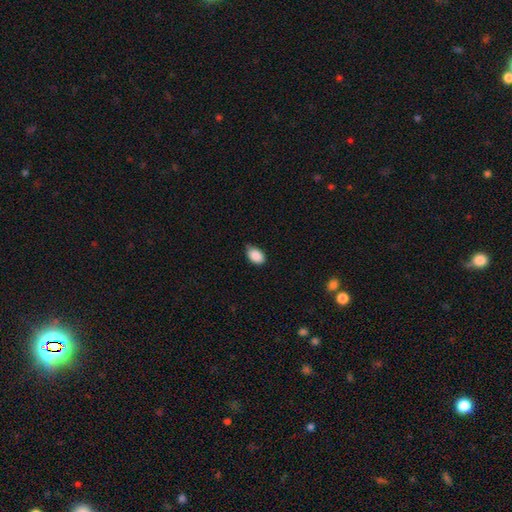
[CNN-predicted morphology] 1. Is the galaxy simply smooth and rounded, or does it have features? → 89% smooth, 8% star or artifact, 4% featured or disk.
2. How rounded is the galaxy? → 87% in between, 12% round, 1% cigar-shaped.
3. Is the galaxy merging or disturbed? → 69% none, 26% minor disturbance, 3% major disturbance, 2% merger.